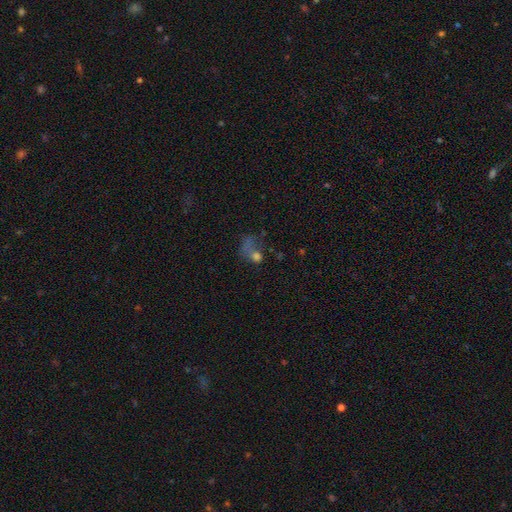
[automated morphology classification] Smooth or featured? Predicted: smooth (p=0.52). How rounded? Predicted: round (p=0.50). Merging? Predicted: major disturbance (p=0.44).